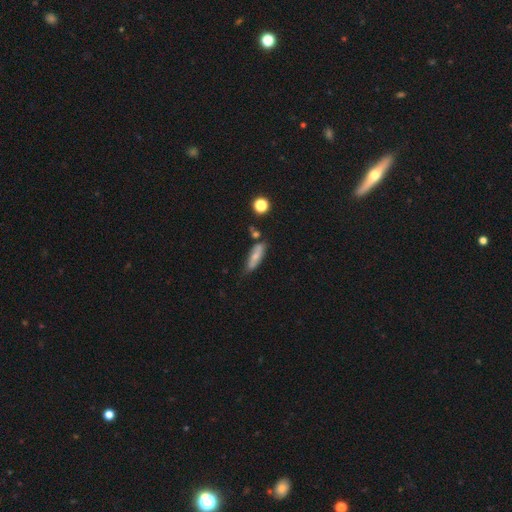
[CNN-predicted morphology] Overall: smooth (64%; featured or disk 28%). How rounded: cigar-shaped (50%; in between 47%). Merging: none (58%; minor disturbance 27%).